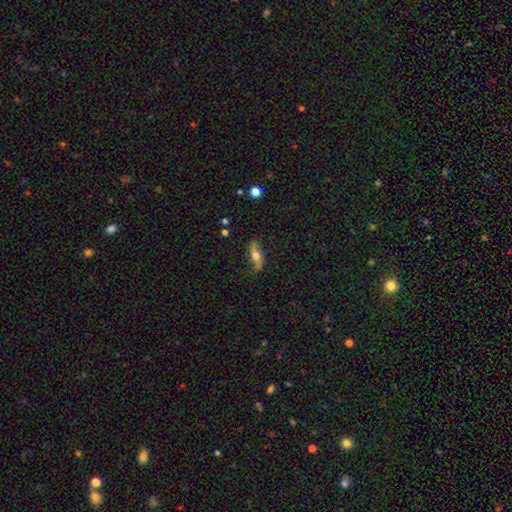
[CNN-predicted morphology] featured or disk 50%, smooth 44%, star or artifact 7%. Down the decision tree: merging — none (80%).